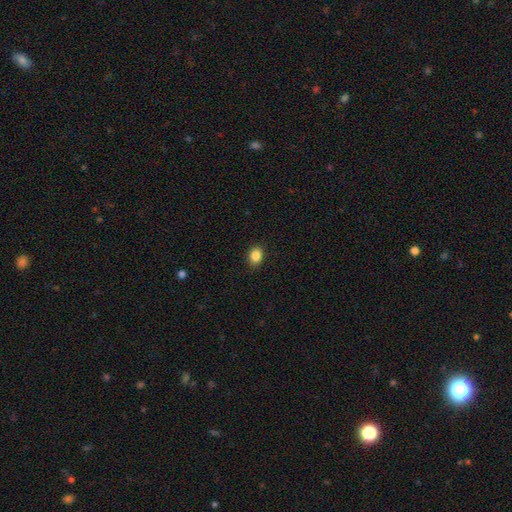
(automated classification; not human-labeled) This appears to be a smooth galaxy with no disk features (86%) that is in between round and cigar-shaped (58%). Merging: none (89%).